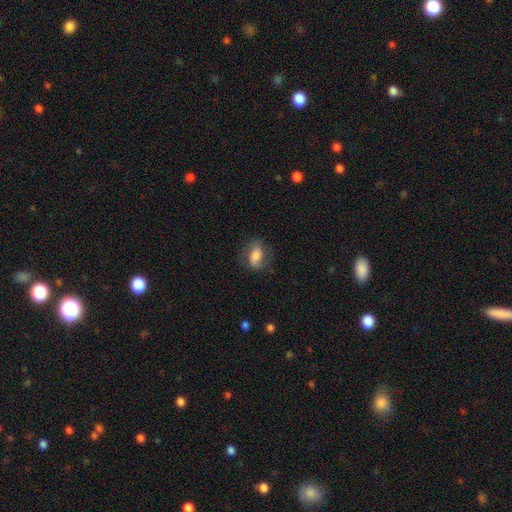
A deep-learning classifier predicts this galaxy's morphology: smooth_or_featured: smooth (p=0.62) [alt: featured or disk p=0.30]
how_rounded: in between (p=0.81) [alt: round p=0.15]
merging: none (p=0.66) [alt: minor disturbance p=0.22]